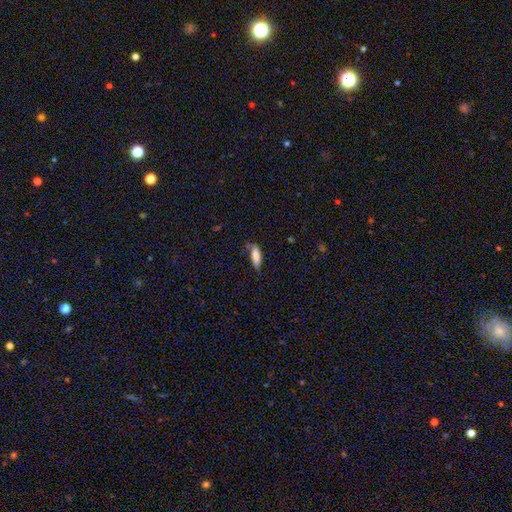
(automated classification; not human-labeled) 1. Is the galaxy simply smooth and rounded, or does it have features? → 82% smooth, 11% featured or disk, 7% star or artifact.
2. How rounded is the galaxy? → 52% in between, 46% cigar-shaped, 2% round.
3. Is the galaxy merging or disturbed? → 67% none, 23% minor disturbance, 5% major disturbance, 4% merger.